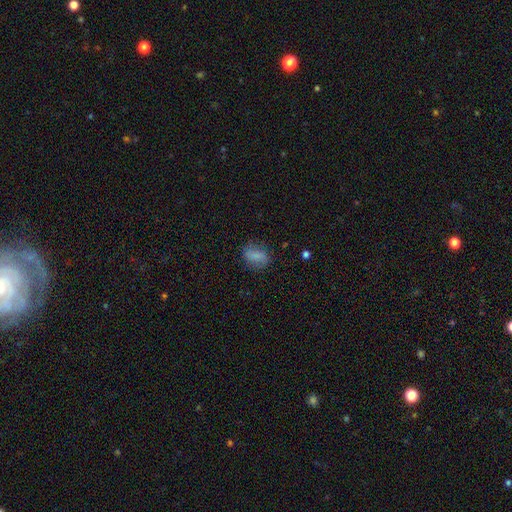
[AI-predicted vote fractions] Smooth or featured? smooth (71%)
How rounded? in between (75%)
Merging? none (73%)